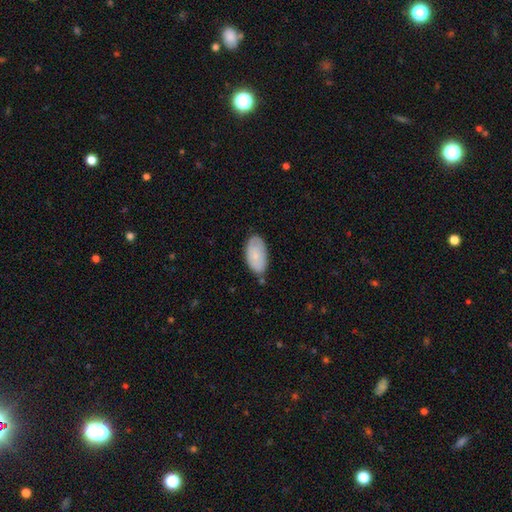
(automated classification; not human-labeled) A smooth galaxy with no disk features (73%) that is in between round and cigar-shaped (95%). Merging: none (69%).